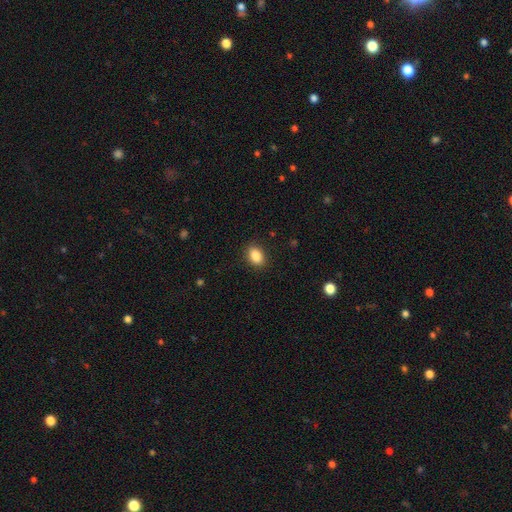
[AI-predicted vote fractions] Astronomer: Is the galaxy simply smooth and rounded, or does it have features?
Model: smooth — 87%.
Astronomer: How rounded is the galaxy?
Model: in between — 80%.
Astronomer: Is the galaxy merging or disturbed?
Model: none — 89%.